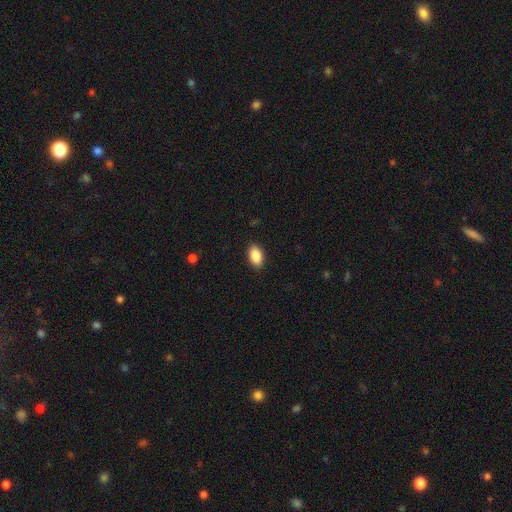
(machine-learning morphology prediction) This is clearly a smooth galaxy (89%). How rounded: clearly in between (93%). Merging: clearly none (89%).